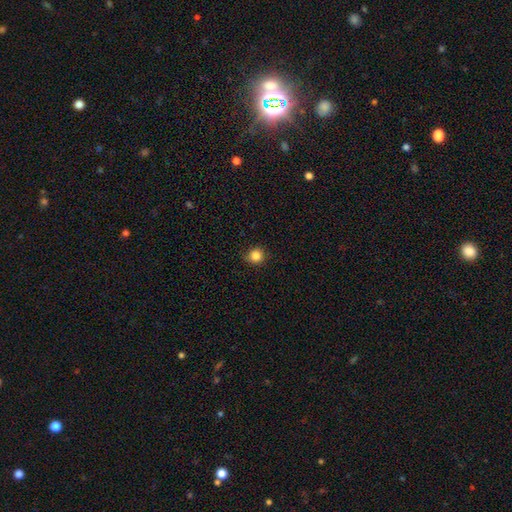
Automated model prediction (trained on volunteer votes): A smooth galaxy with no disk features (85%) that is round (93%). Merging: none (88%).